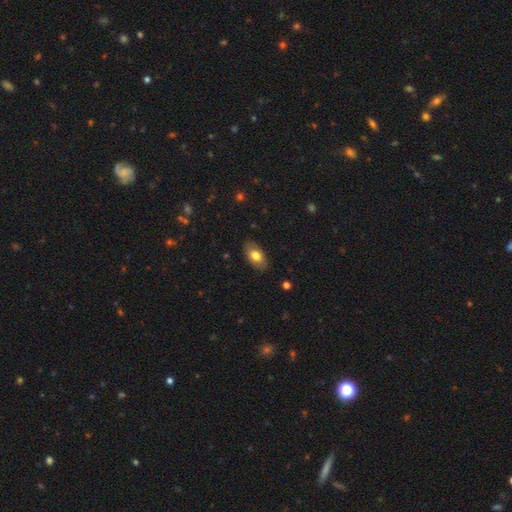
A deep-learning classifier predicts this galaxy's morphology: The model was most divided on "smooth or featured": smooth: 77%, featured or disk: 16%, star or artifact: 7%. More confident: how rounded — in between (92%); merging — none (85%).